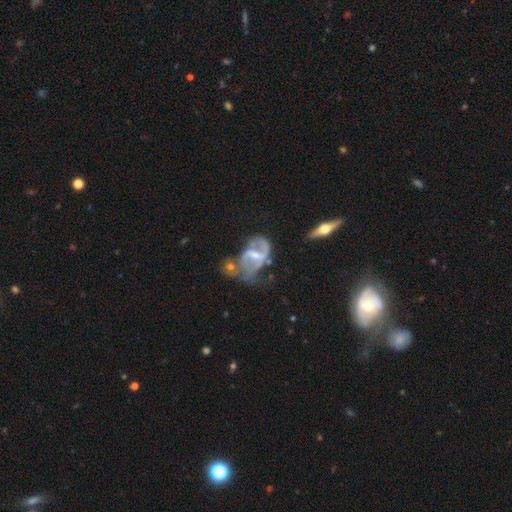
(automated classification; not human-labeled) The model was most divided on "merging" (2-way tie): none: 29%, major disturbance: 29%, minor disturbance: 23%, merger: 19%. Remaining: edge-on disk — no (97%); smooth or featured — featured or disk (81%); spiral arms — yes (81%); spiral arm count — 2 (79%); bulge size — small (55%); bar — weak (44%); spiral winding — medium (44%).